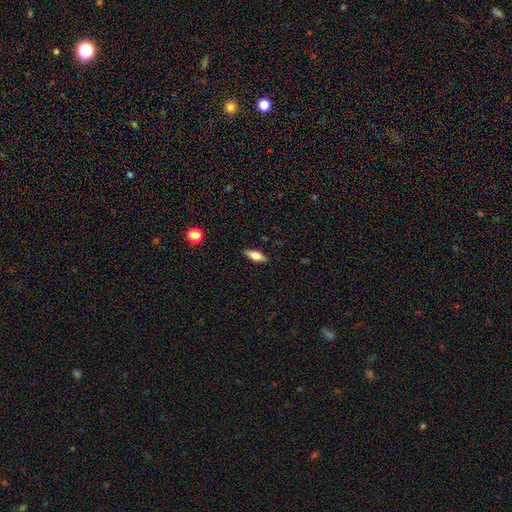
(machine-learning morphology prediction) Smooth or featured? Predicted: smooth (p=0.61). How rounded? Predicted: in between (p=0.69). Merging? Predicted: none (p=0.88).